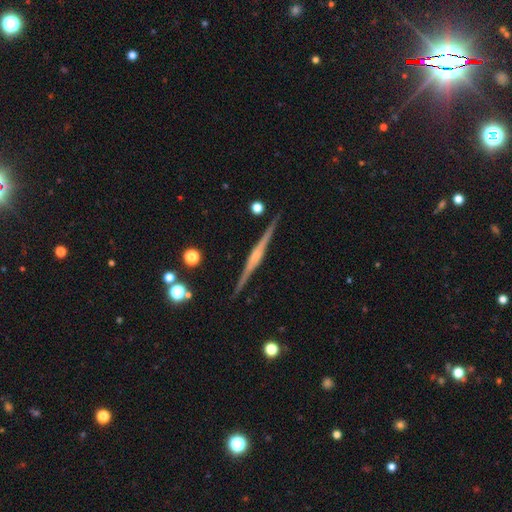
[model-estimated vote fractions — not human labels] This appears to be a featured or disk galaxy (85%) viewed edge-on (99%) with a rounded central bulge (71%). Merging: none (91%).